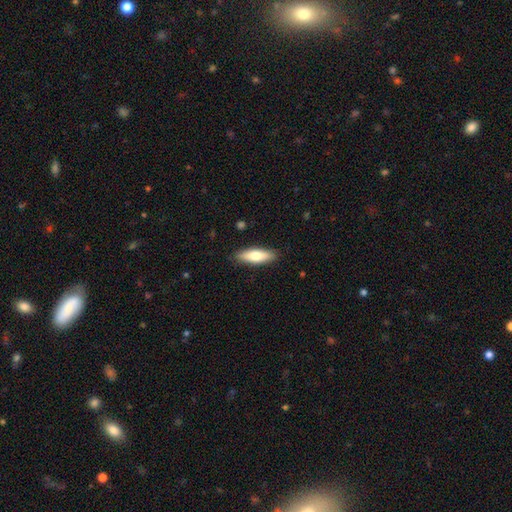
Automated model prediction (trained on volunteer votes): Smooth or featured?
  - smooth: 72% *
  - featured or disk: 22%
  - star or artifact: 6%
How rounded?
  - cigar-shaped: 50% *
  - in between: 48%
  - round: 2%
Merging?
  - none: 88% *
  - minor disturbance: 9%
  - major disturbance: 2%
  - merger: 1%